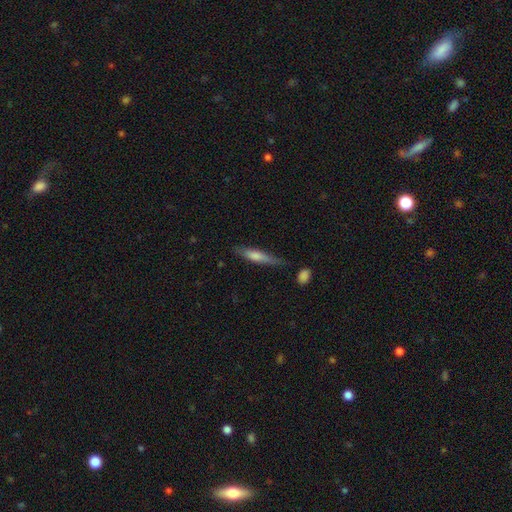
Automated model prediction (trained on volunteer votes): Overall: smooth (57%; featured or disk 36%). How rounded: cigar-shaped (85%). Merging: none (71%).